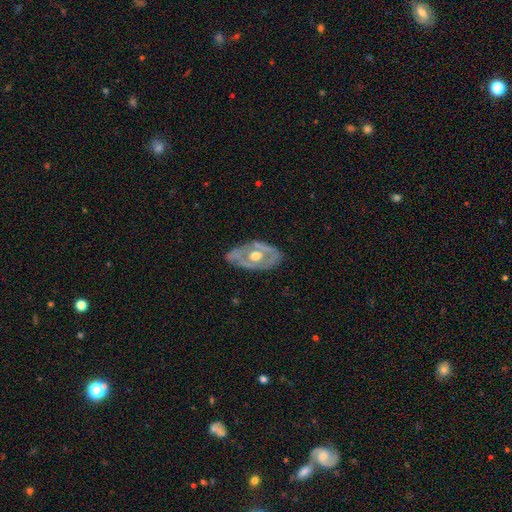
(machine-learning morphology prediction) Q: Smooth or featured?
A: featured or disk (70%); runner-up: smooth (25%)
Q: Edge-on disk?
A: no (87%); runner-up: yes (13%)
Q: Bar?
A: no (81%); runner-up: weak (14%)
Q: Spiral arms?
A: no (72%); runner-up: yes (28%)
Q: Bulge size?
A: moderate (75%); runner-up: large (15%)
Q: Merging?
A: none (68%); runner-up: minor disturbance (24%)